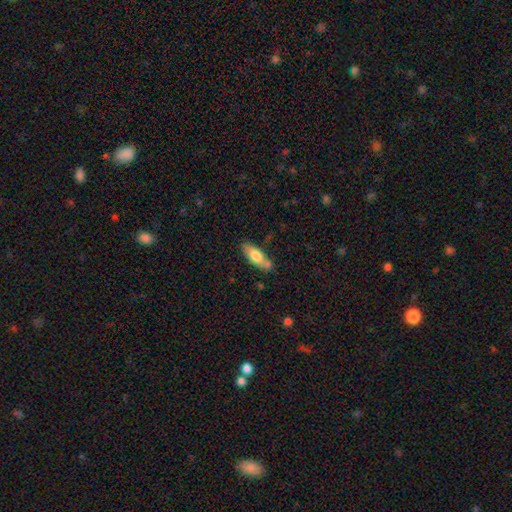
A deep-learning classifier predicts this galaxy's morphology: smooth 69%, featured or disk 25%, star or artifact 6%. Down the decision tree: how rounded — in between (69%); merging — none (69%).